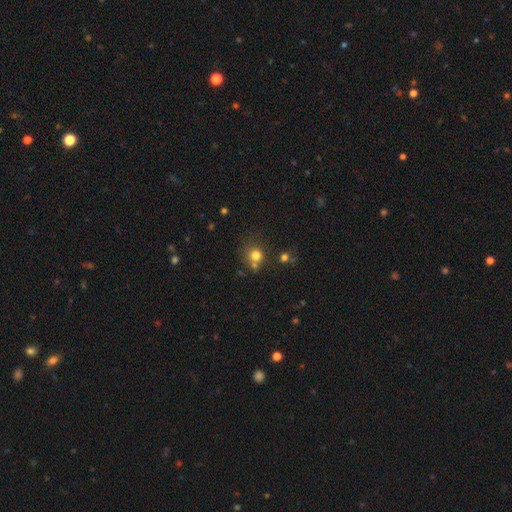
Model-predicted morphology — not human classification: Smooth or featured? Predicted: smooth (p=0.76). How rounded? Predicted: round (p=0.86). Merging? Predicted: none (p=0.61).